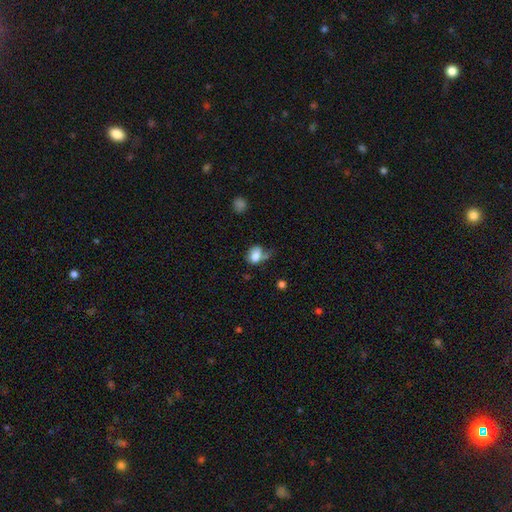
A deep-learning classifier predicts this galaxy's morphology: smooth_or_featured: smooth (p=0.75) [alt: featured or disk p=0.15]
how_rounded: in between (p=0.60) [alt: round p=0.39]
merging: none (p=0.34) [alt: minor disturbance p=0.32]